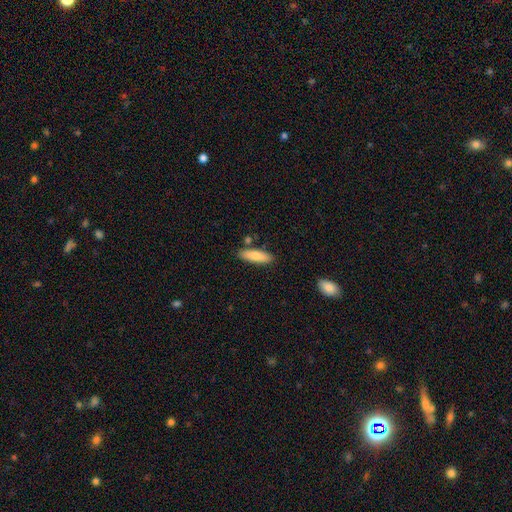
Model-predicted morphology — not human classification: This is clearly a smooth galaxy (81%). How rounded: possibly cigar-shaped (54%). Merging: clearly none (83%).